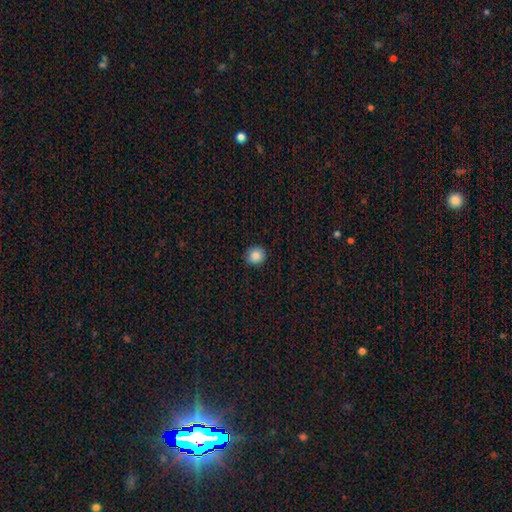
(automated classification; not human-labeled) Overall: smooth (86%). How rounded: round (85%). Merging: none (89%).